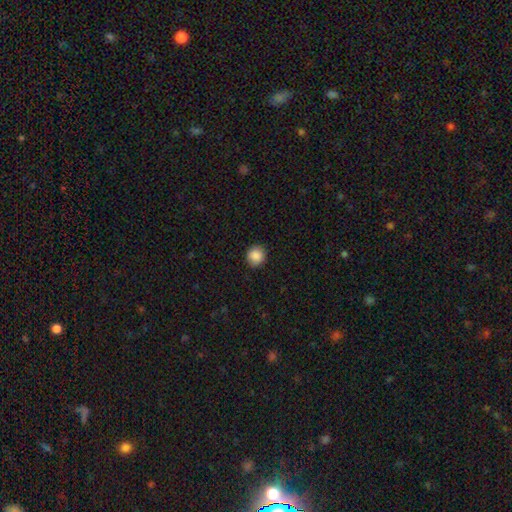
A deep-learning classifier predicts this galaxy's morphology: type=smooth (88%); roundness=round (90%); merging=none (90%).